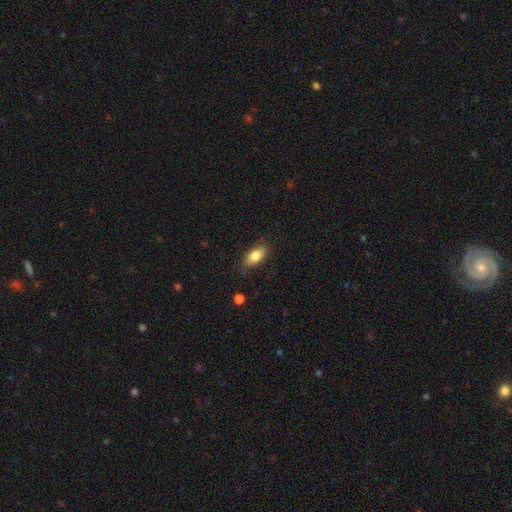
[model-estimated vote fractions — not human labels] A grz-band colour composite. It shows a smooth galaxy with no disk features (80%) that is in between round and cigar-shaped (86%). Merging: none (82%).